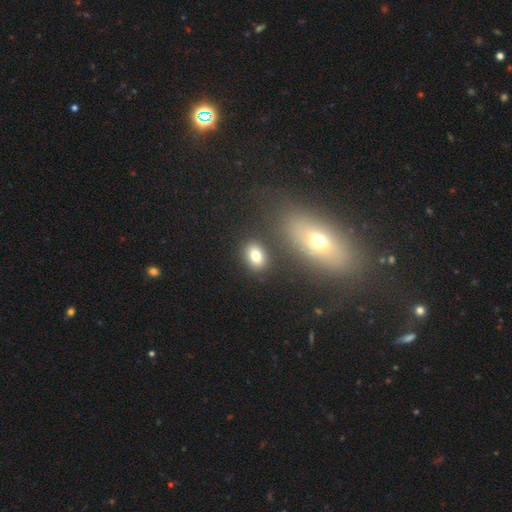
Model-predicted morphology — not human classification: smooth_or_featured: smooth (p=0.78) [alt: featured or disk p=0.11]
how_rounded: in between (p=0.73) [alt: round p=0.26]
merging: none (p=0.80) [alt: minor disturbance p=0.09]